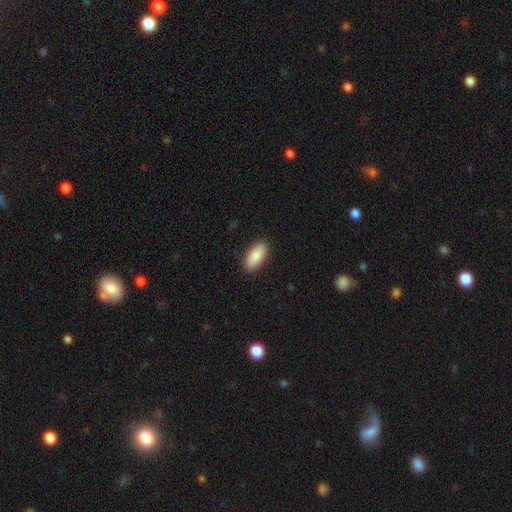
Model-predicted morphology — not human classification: A smooth galaxy with no disk features (86%) that is in between round and cigar-shaped (86%).

Vote fractions:
- Smooth or featured? smooth: 86% / featured or disk: 8% / star or artifact: 6%
- How rounded? in between: 86% / cigar-shaped: 12% / round: 2%
- Merging? none: 89% / minor disturbance: 8% / major disturbance: 2% / merger: 1%